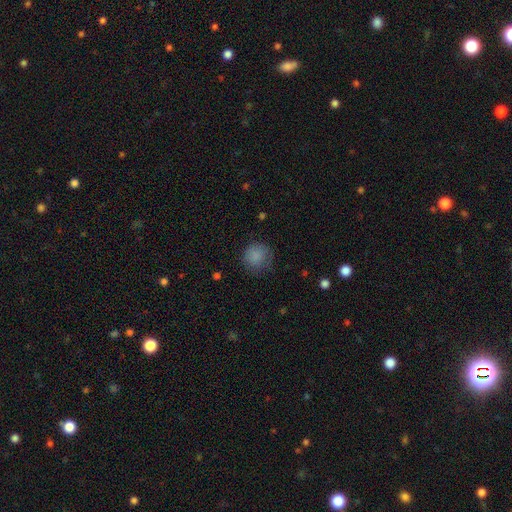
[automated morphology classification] Smooth or featured? Predicted: smooth (p=0.85). How rounded? Predicted: round (p=0.88). Merging? Predicted: none (p=0.69).